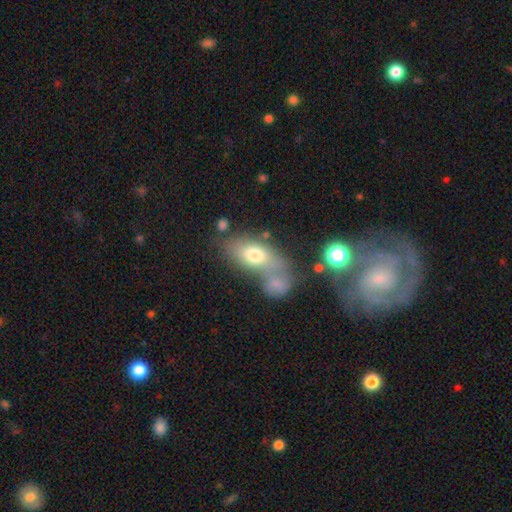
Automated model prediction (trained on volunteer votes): A smooth galaxy with no disk features (69%) that is in between round and cigar-shaped (85%).

Vote fractions:
- Smooth or featured? smooth: 69% / featured or disk: 20% / star or artifact: 11%
- How rounded? in between: 85% / round: 10% / cigar-shaped: 6%
- Merging? merger: 39% / none: 36% / minor disturbance: 14% / major disturbance: 10%